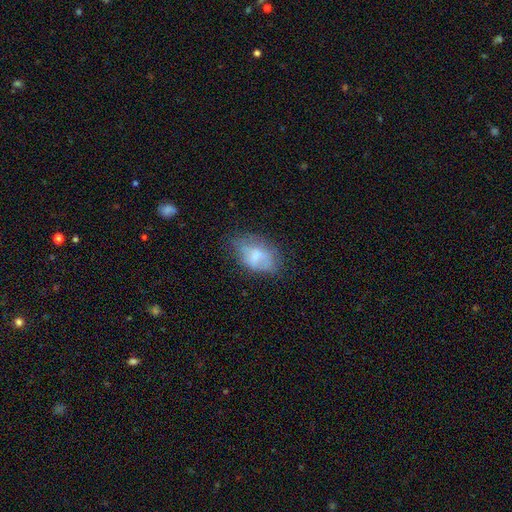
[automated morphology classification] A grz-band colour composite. It shows a smooth galaxy with no disk features (57%) that is in between round and cigar-shaped (88%). Merging: none (54%).